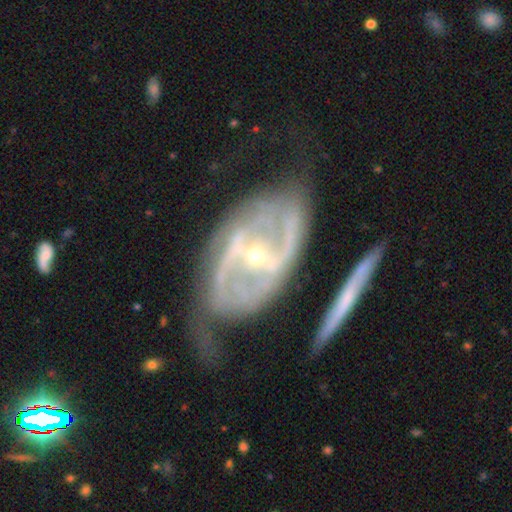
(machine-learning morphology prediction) Q: Smooth or featured?
A: featured or disk (89%); runner-up: smooth (6%)
Q: Edge-on disk?
A: no (95%); runner-up: yes (5%)
Q: Bar?
A: strong (53%); runner-up: weak (29%)
Q: Spiral arms?
A: yes (92%); runner-up: no (8%)
Q: Spiral winding?
A: medium (47%); runner-up: tight (32%)
Q: Spiral arm count?
A: 2 (74%); runner-up: can't tell (10%)
Q: Bulge size?
A: small (72%); runner-up: moderate (24%)
Q: Merging?
A: none (54%); runner-up: minor disturbance (24%)